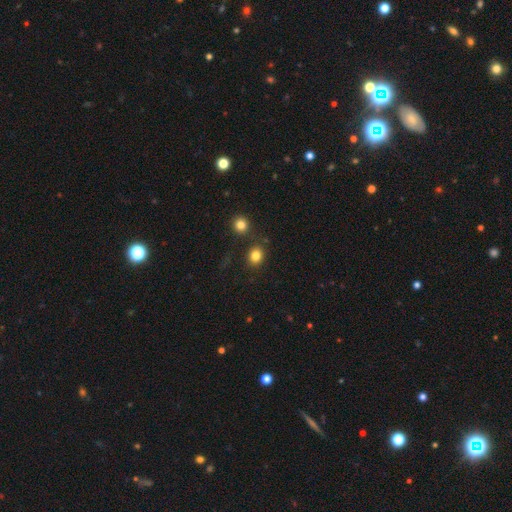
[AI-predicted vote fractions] smooth_or_featured: smooth (p=0.83) [alt: star or artifact p=0.12]
how_rounded: round (p=0.74) [alt: in between p=0.25]
merging: none (p=0.80) [alt: minor disturbance p=0.09]